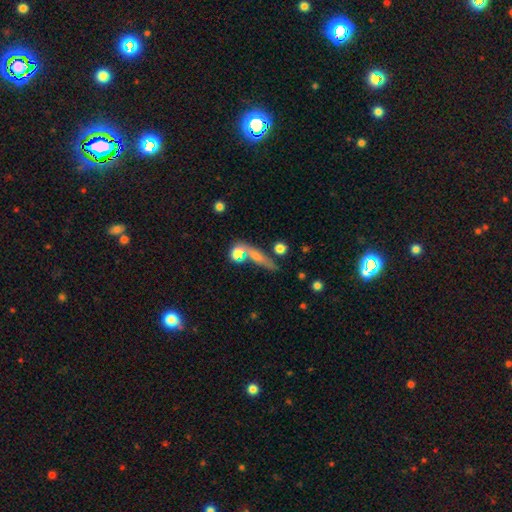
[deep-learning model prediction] Smooth or featured? Predicted: smooth (p=0.50). How rounded? Predicted: cigar-shaped (p=0.67). Merging? Predicted: none (p=0.61).